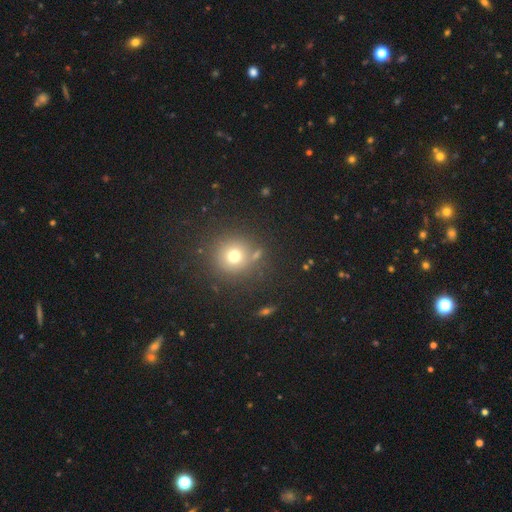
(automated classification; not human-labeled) Smooth or featured: smooth — 66% (star or artifact — 24%)
How rounded: round — 93% (in between — 6%)
Merging: none — 80% (minor disturbance — 8%)